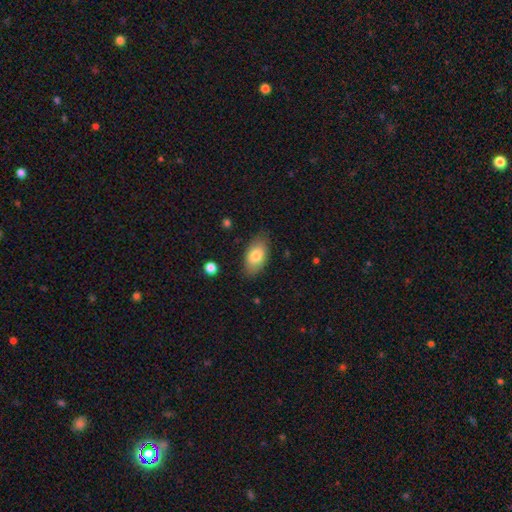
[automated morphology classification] Smooth or featured: smooth — 81% (featured or disk — 12%)
How rounded: in between — 92% (round — 5%)
Merging: none — 81% (minor disturbance — 15%)